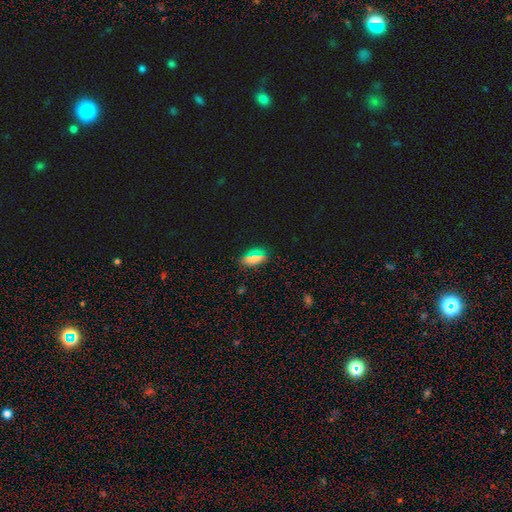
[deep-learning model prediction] Smooth or featured? Predicted: smooth (p=0.65). How rounded? Predicted: in between (p=0.81). Merging? Predicted: none (p=0.86).